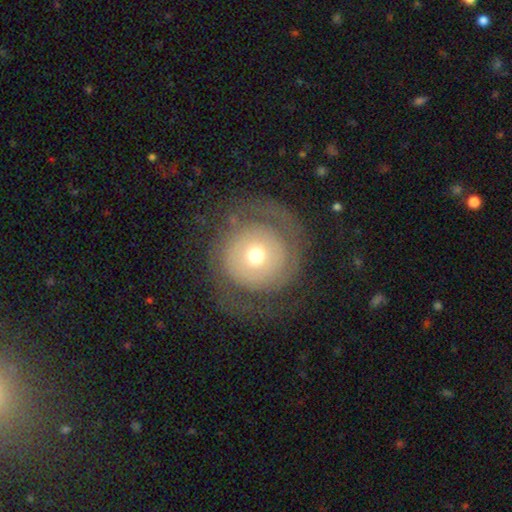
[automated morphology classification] Smooth or featured?
  - featured or disk: 53% *
  - smooth: 39%
  - star or artifact: 8%
Edge-on disk?
  - no: 96% *
  - yes: 4%
Bar?
  - no: 87% *
  - weak: 10%
  - strong: 3%
Spiral arms?
  - no: 51% *
  - yes: 49%
Bulge size?
  - moderate: 58% *
  - small: 32%
  - large: 7%
  - dominant: 2%
  - none: 1%
Merging?
  - none: 67% *
  - major disturbance: 17%
  - minor disturbance: 14%
  - merger: 2%